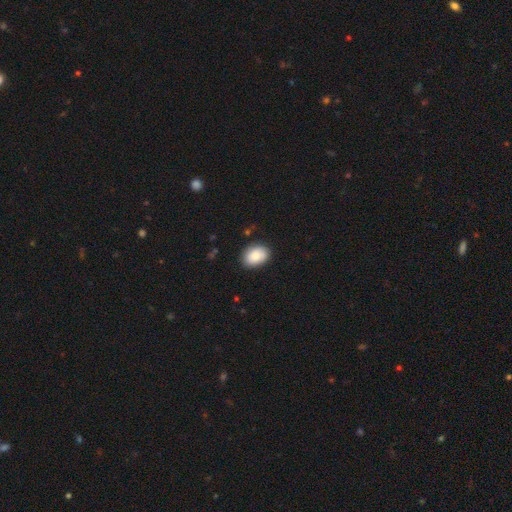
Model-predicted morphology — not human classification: A smooth galaxy with no disk features (86%) that is in between round and cigar-shaped (77%).

Vote fractions:
- Smooth or featured? smooth: 86% / featured or disk: 8% / star or artifact: 7%
- How rounded? in between: 77% / round: 22% / cigar-shaped: 1%
- Merging? none: 82% / minor disturbance: 14% / major disturbance: 3% / merger: 1%